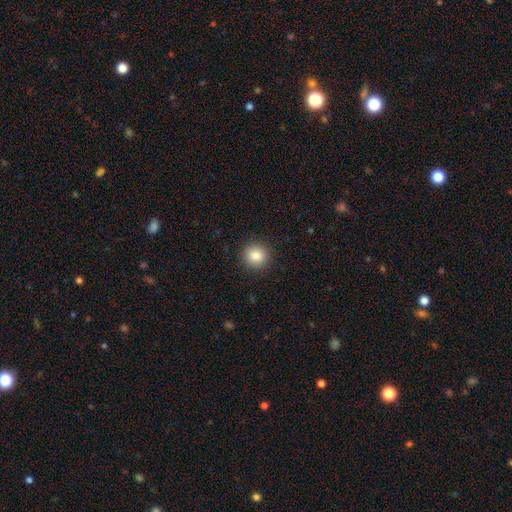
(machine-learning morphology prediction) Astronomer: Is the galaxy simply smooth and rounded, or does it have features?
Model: smooth — 86%.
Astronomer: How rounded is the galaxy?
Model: round — 93%.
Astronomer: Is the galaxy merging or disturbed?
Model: none — 91%.